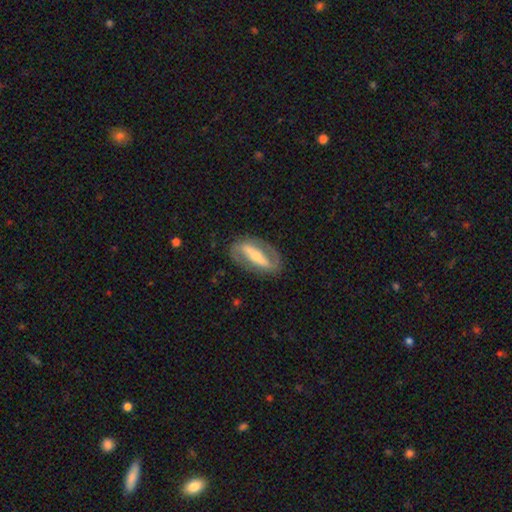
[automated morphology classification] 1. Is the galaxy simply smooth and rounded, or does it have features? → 75% featured or disk, 20% smooth, 5% star or artifact.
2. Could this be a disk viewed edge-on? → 80% no, 20% yes.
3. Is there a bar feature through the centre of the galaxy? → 75% strong, 15% weak, 10% no.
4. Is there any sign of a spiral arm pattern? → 67% yes, 33% no.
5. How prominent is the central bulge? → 47% moderate, 37% small, 10% large, 4% none, 2% dominant.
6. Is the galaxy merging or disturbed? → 80% none, 12% minor disturbance, 6% major disturbance, 1% merger.